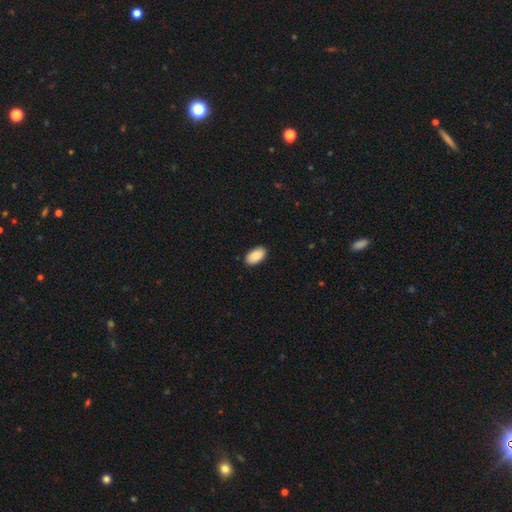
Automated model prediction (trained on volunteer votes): Q: Smooth or featured?
A: smooth (89%); runner-up: star or artifact (6%)
Q: How rounded?
A: in between (95%); runner-up: round (3%)
Q: Merging?
A: none (90%); runner-up: minor disturbance (8%)